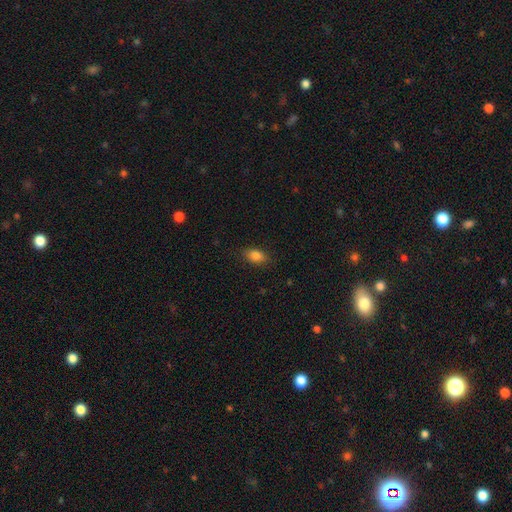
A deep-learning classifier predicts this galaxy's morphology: type=smooth (86%); roundness=in between (87%); merging=none (84%).